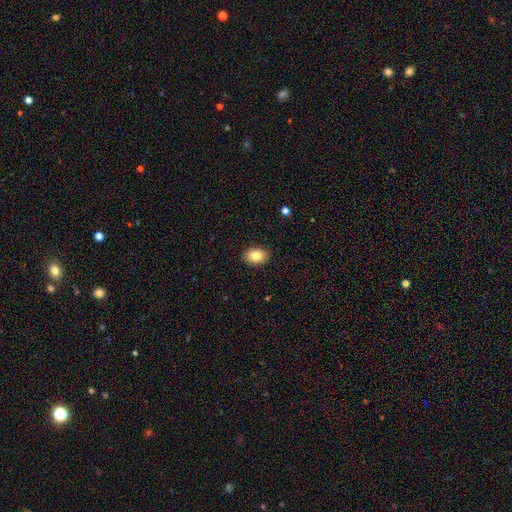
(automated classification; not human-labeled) Smooth or featured? smooth (83%)
How rounded? in between (85%)
Merging? none (89%)